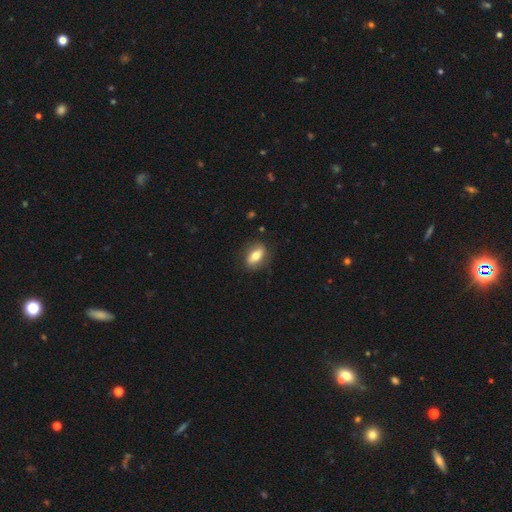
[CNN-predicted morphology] Smooth or featured? smooth (67%)
How rounded? in between (80%)
Merging? none (83%)